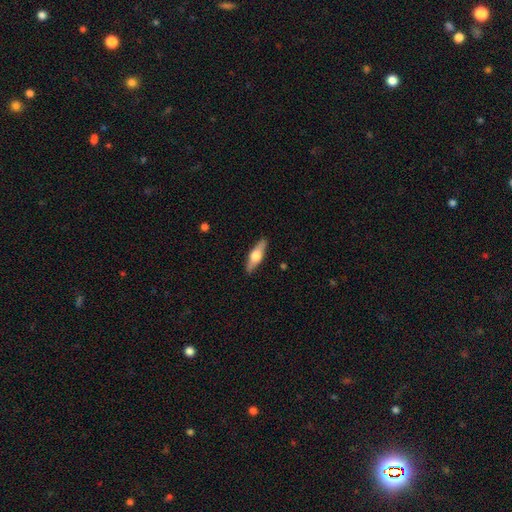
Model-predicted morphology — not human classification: featured or disk 51%, smooth 44%, star or artifact 5%. Down the decision tree: edge-on disk — yes (92%); merging — none (89%).